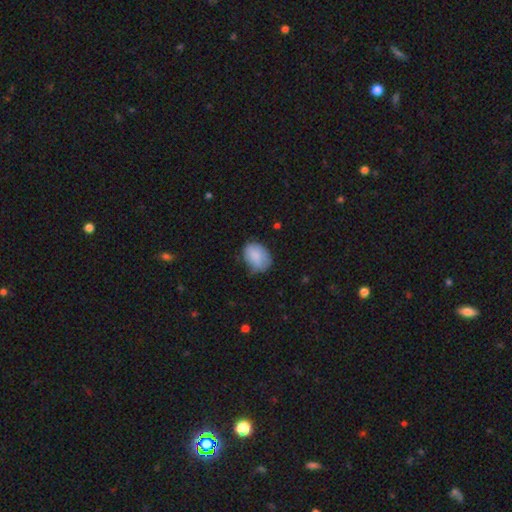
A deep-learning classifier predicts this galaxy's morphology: This appears to be a smooth galaxy with no disk features (84%) that is in between round and cigar-shaped (70%). Merging: none (53%).